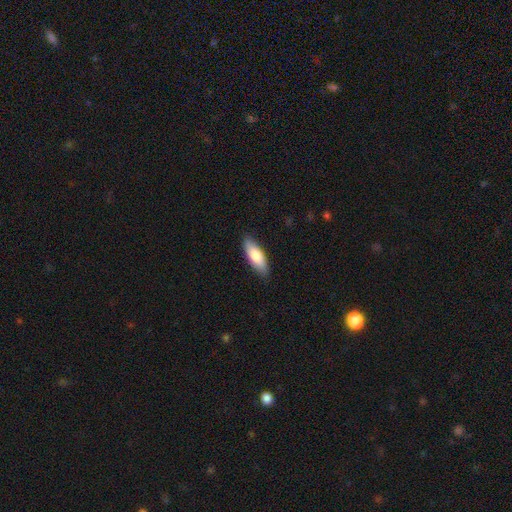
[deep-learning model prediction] smooth_or_featured: smooth (p=0.81) [alt: featured or disk p=0.14]
how_rounded: in between (p=0.63) [alt: cigar-shaped p=0.35]
merging: none (p=0.87) [alt: minor disturbance p=0.10]